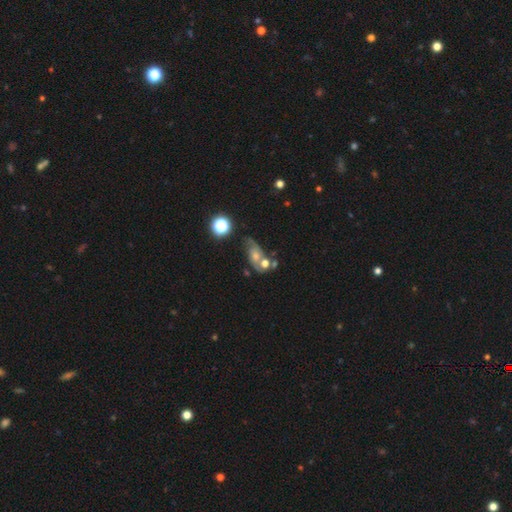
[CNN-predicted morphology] A featured or disk galaxy (55%) with no bar (75%), spiral arms (75%) and a moderate central bulge (52%).

Vote fractions:
- Smooth or featured? featured or disk: 55% / smooth: 26% / star or artifact: 19%
- Edge-on disk? no: 92% / yes: 8%
- Bar? no: 75% / weak: 20% / strong: 5%
- Spiral arms? yes: 75% / no: 25%
- Bulge size? moderate: 52% / small: 31% / large: 8% / none: 6% / dominant: 2%
- Merging? none: 42% / merger: 24% / minor disturbance: 19% / major disturbance: 15%